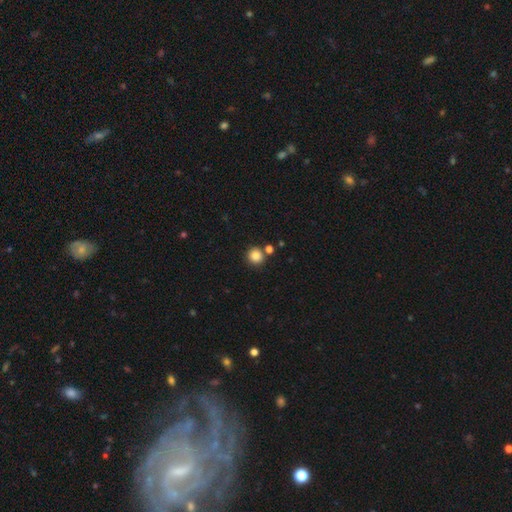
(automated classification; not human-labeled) A smooth galaxy with no disk features (85%) that is round (92%). Merging: none (79%).